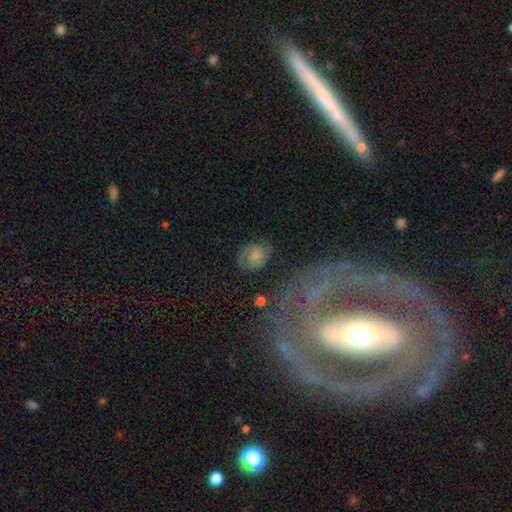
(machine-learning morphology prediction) Overall: featured or disk (47%; smooth 44%). Merging: none (67%).